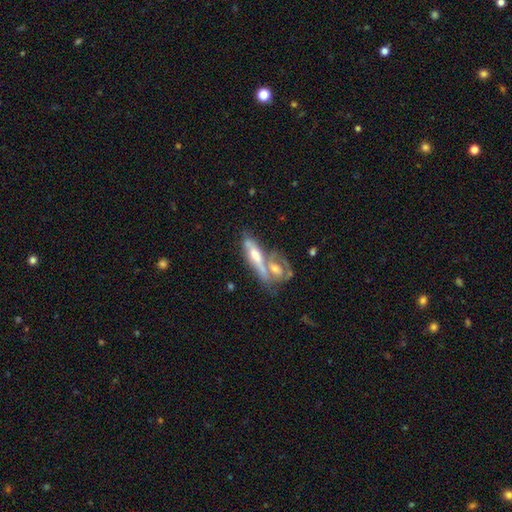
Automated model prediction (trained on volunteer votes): Smooth or featured? Predicted: featured or disk (p=0.62). Edge-on disk? Predicted: yes (p=0.67). Merging? Predicted: merger (p=0.53).